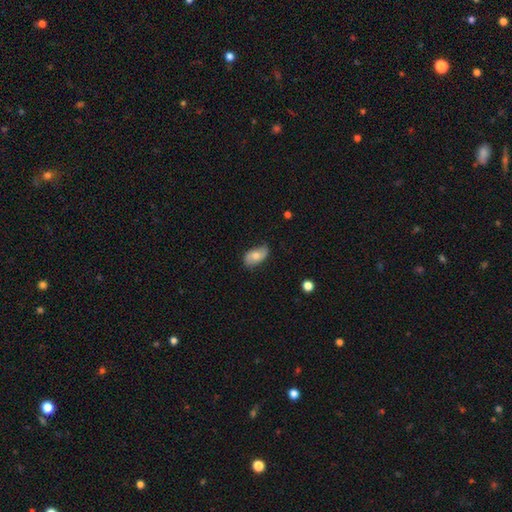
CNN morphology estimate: This is likely a smooth galaxy (64%). How rounded: clearly in between (92%). Merging: likely none (67%).